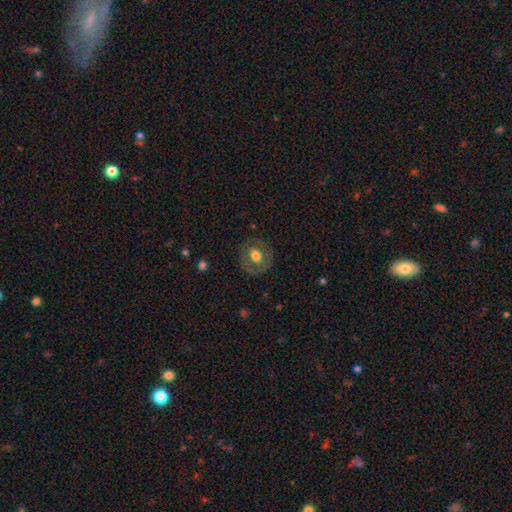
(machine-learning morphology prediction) Smooth or featured?
  - smooth: 57% *
  - featured or disk: 35%
  - star or artifact: 8%
How rounded?
  - round: 73% *
  - in between: 26%
  - cigar-shaped: 1%
Merging?
  - none: 81% *
  - minor disturbance: 13%
  - major disturbance: 5%
  - merger: 1%